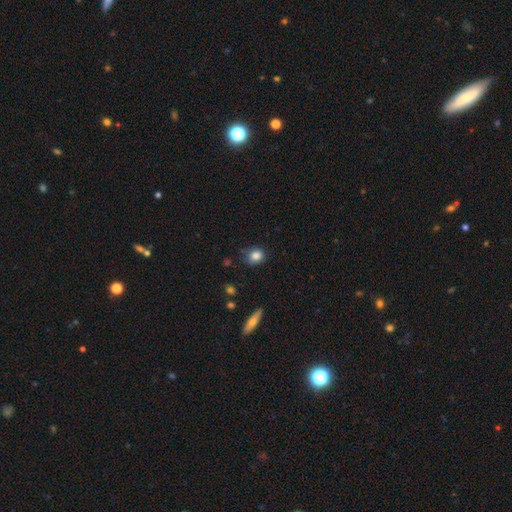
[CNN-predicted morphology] Smooth or featured: smooth — 84% (star or artifact — 10%)
How rounded: round — 67% (in between — 32%)
Merging: none — 65% (minor disturbance — 27%)